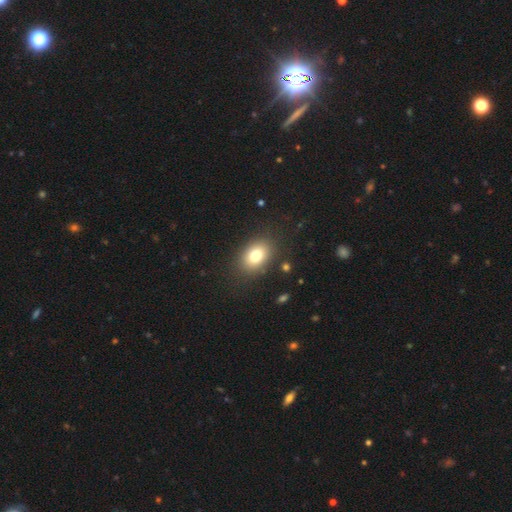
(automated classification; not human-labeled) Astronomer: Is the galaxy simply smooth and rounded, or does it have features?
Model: smooth — 79%.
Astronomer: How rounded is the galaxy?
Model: in between — 78%.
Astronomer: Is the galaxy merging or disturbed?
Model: none — 85%.